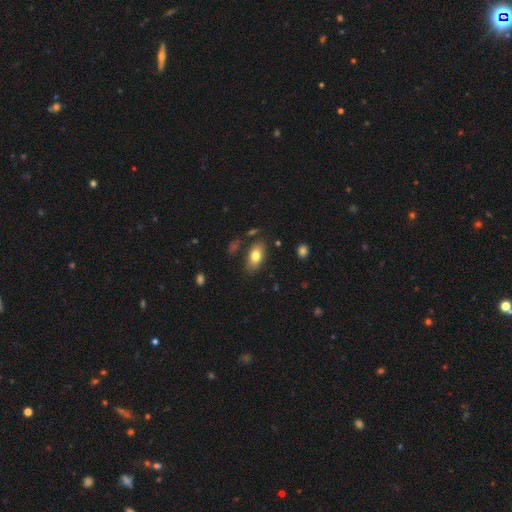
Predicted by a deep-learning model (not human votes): A smooth galaxy with no disk features (78%) that is in between round and cigar-shaped (90%).

Vote fractions:
- Smooth or featured? smooth: 78% / featured or disk: 15% / star or artifact: 8%
- How rounded? in between: 90% / round: 5% / cigar-shaped: 5%
- Merging? none: 79% / minor disturbance: 14% / major disturbance: 4% / merger: 3%